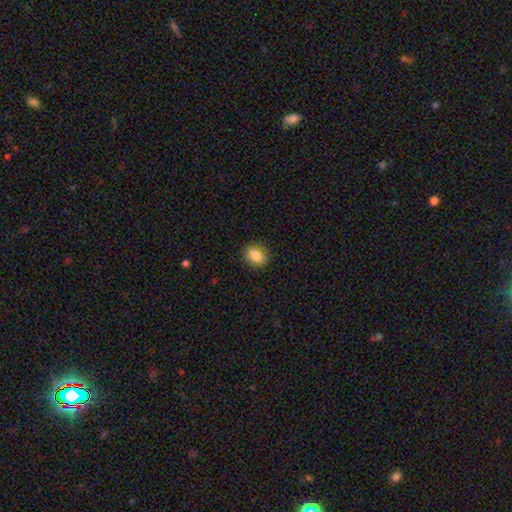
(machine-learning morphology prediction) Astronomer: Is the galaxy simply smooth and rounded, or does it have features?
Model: smooth — 82%.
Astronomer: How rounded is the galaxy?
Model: round — 53% (runner-up: in between, 46%).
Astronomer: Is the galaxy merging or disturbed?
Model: none — 86%.